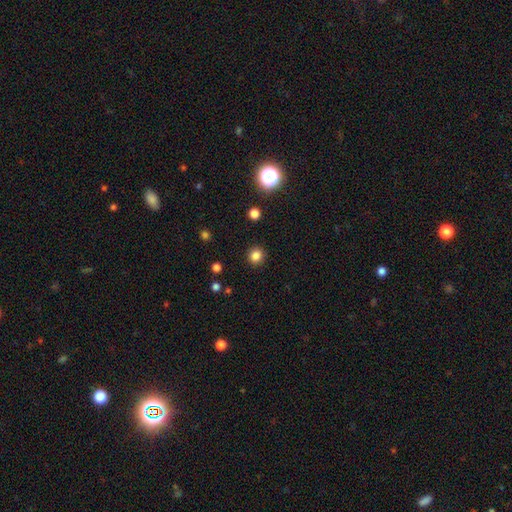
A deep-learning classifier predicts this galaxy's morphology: Q: Smooth or featured?
A: smooth (83%); runner-up: star or artifact (14%)
Q: How rounded?
A: round (91%); runner-up: in between (8%)
Q: Merging?
A: none (91%); runner-up: minor disturbance (5%)